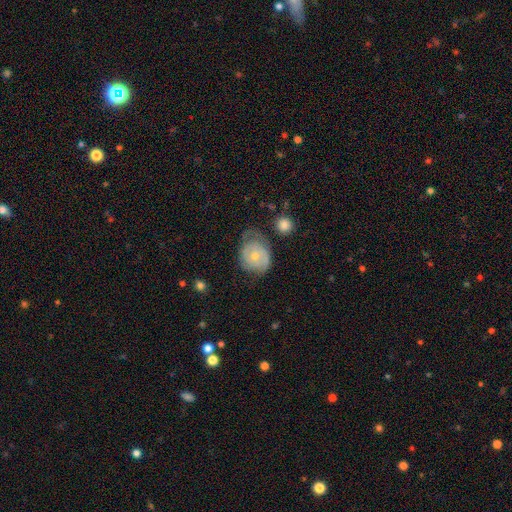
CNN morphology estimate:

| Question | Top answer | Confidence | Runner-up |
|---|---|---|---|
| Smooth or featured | featured or disk | 52% | smooth (42%) |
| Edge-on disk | no | 97% | yes (3%) |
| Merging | none | 42% | minor disturbance (34%) |